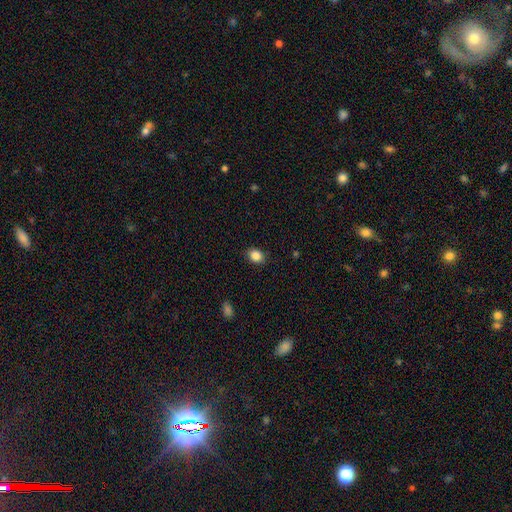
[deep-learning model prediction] Morphology: type=smooth (87%); roundness=in between (50%); merging=none (87%).